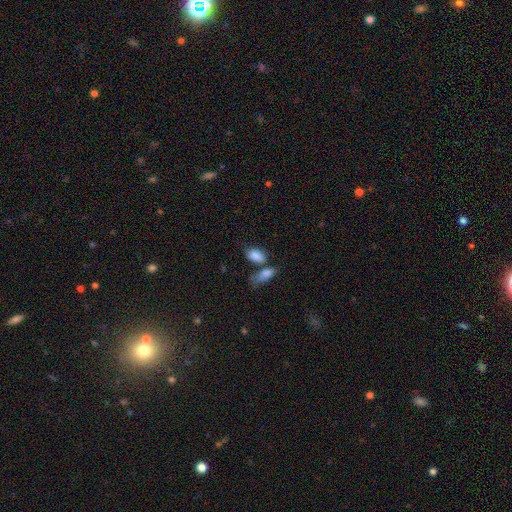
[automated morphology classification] Smooth or featured?
  - smooth: 85% *
  - star or artifact: 7%
  - featured or disk: 7%
How rounded?
  - in between: 91% *
  - round: 6%
  - cigar-shaped: 3%
Merging?
  - none: 45% *
  - merger: 33%
  - minor disturbance: 15%
  - major disturbance: 7%